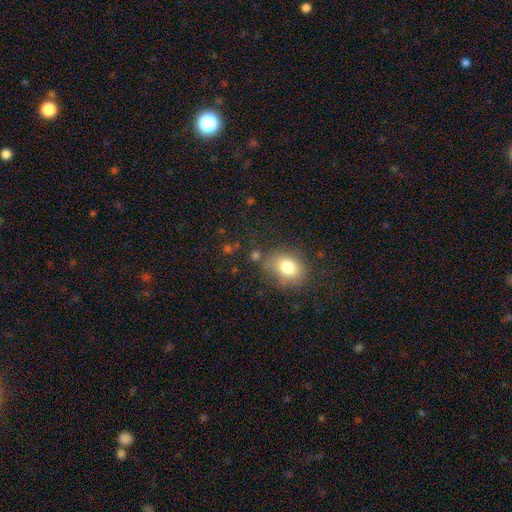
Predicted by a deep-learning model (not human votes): Smooth or featured? smooth (66%)
How rounded? round (65%)
Merging? none (74%)